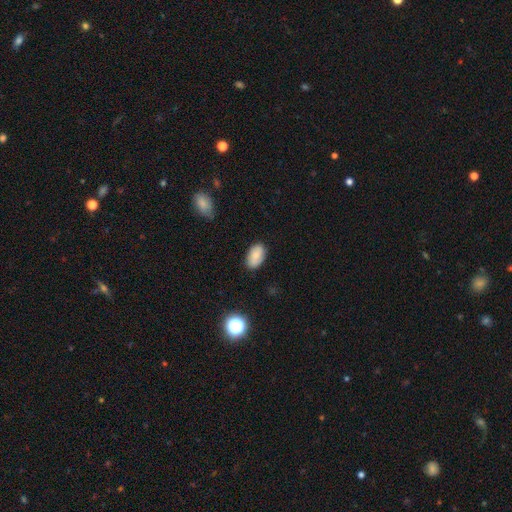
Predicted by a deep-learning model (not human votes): This is likely a smooth galaxy (79%). How rounded: clearly in between (93%). Merging: clearly none (82%).